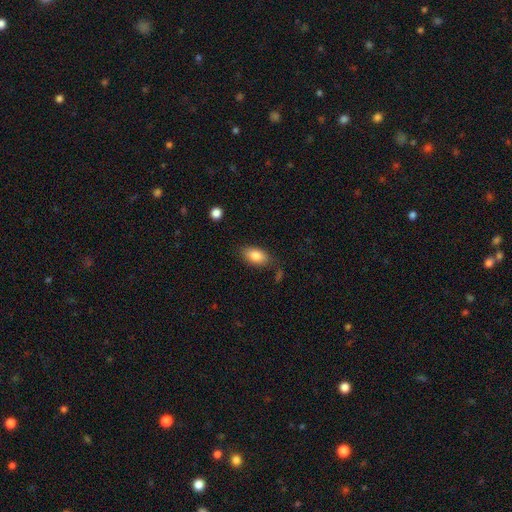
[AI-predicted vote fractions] Smooth or featured? smooth (84%)
How rounded? in between (91%)
Merging? none (78%)